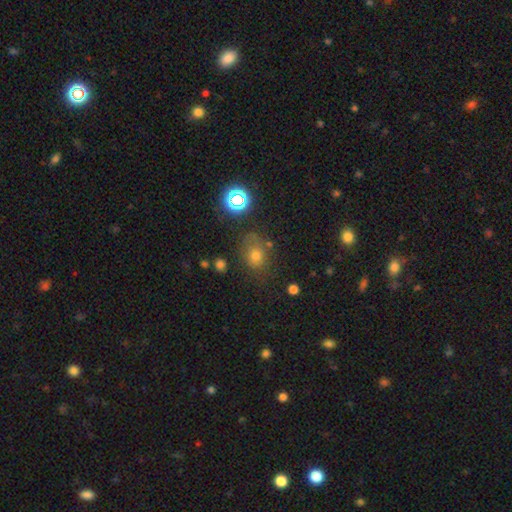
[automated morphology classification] This appears to be a smooth galaxy with no disk features (63%) that is round (56%). Merging: none (68%).